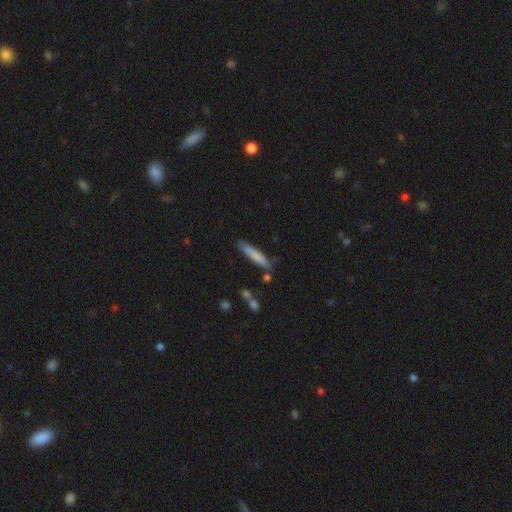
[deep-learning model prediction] A smooth galaxy with no disk features (77%) that is cigar-shaped (89%). Merging: none (79%).